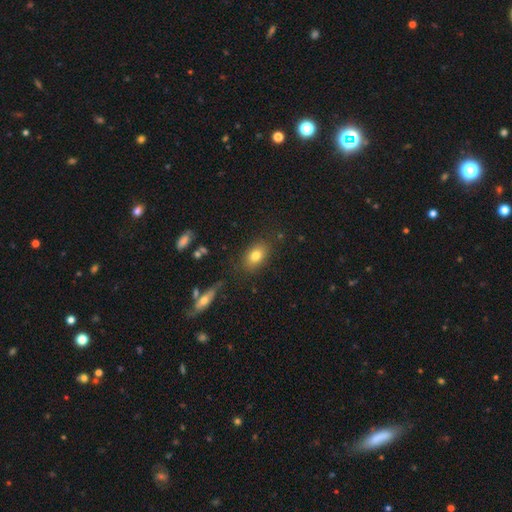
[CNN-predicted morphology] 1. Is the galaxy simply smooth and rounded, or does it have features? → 80% smooth, 11% featured or disk, 9% star or artifact.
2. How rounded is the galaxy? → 81% in between, 17% round, 2% cigar-shaped.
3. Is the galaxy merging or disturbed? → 82% none, 12% minor disturbance, 4% major disturbance, 3% merger.